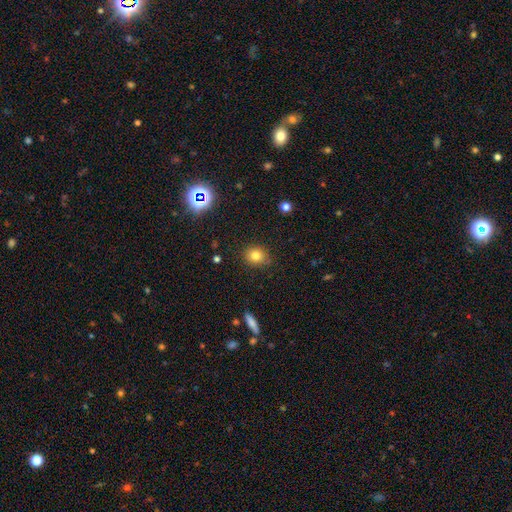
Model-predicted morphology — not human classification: smooth 79%, star or artifact 13%, featured or disk 8%. Down the decision tree: how rounded — round (72%); merging — none (85%).